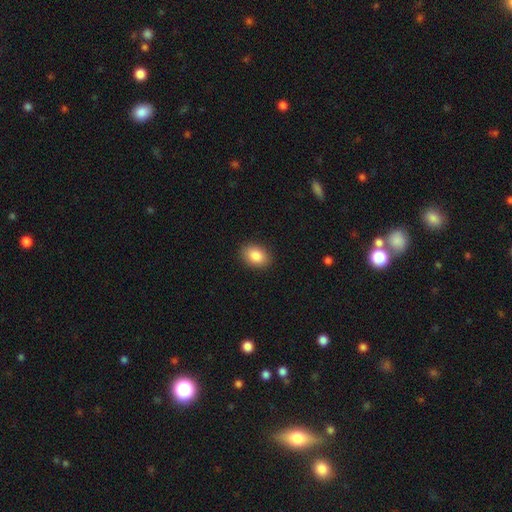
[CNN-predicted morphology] smooth_or_featured: smooth (p=0.87) [alt: star or artifact p=0.08]
how_rounded: in between (p=0.79) [alt: round p=0.19]
merging: none (p=0.89) [alt: minor disturbance p=0.08]